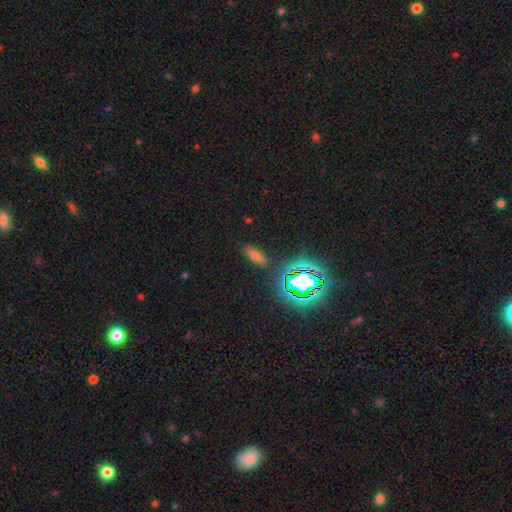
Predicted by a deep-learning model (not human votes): Morphology: type=smooth (58%); roundness=in between (60%); merging=none (84%).